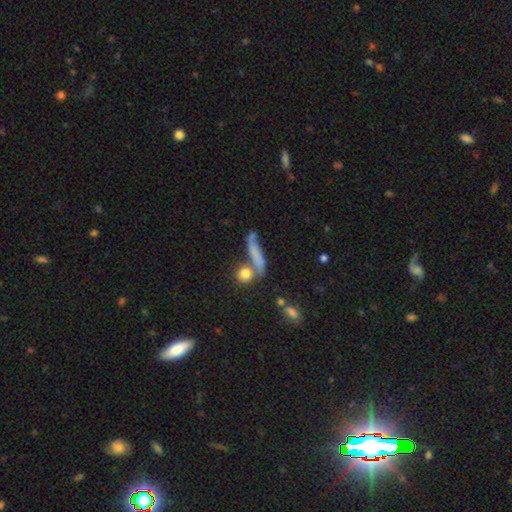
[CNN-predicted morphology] A smooth galaxy with no disk features (59%) that is cigar-shaped (71%).

Vote fractions:
- Smooth or featured? smooth: 59% / featured or disk: 27% / star or artifact: 14%
- How rounded? cigar-shaped: 71% / in between: 18% / round: 11%
- Merging? none: 54% / merger: 19% / minor disturbance: 18% / major disturbance: 9%